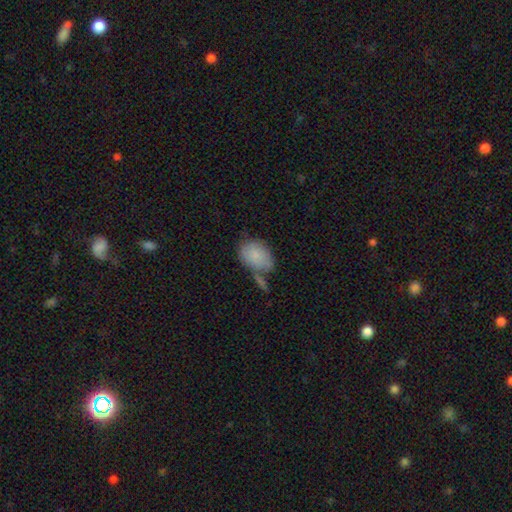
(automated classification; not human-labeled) This is clearly a smooth galaxy (82%). How rounded: likely in between (77%). Merging: marginally none (45%).